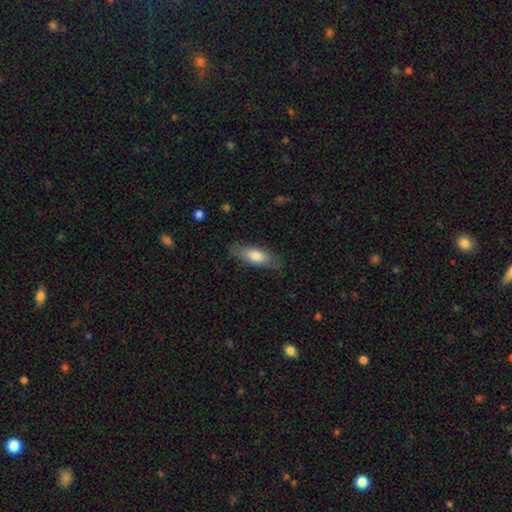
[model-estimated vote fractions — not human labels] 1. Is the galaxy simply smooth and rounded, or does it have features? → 76% smooth, 18% featured or disk, 6% star or artifact.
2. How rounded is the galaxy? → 67% in between, 31% cigar-shaped, 2% round.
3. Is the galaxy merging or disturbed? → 78% none, 16% minor disturbance, 5% major disturbance, 1% merger.